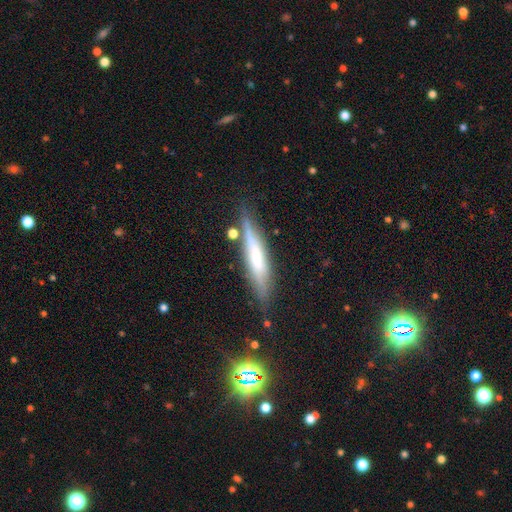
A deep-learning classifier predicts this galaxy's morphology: A featured or disk galaxy (47%). Merging: none (77%).